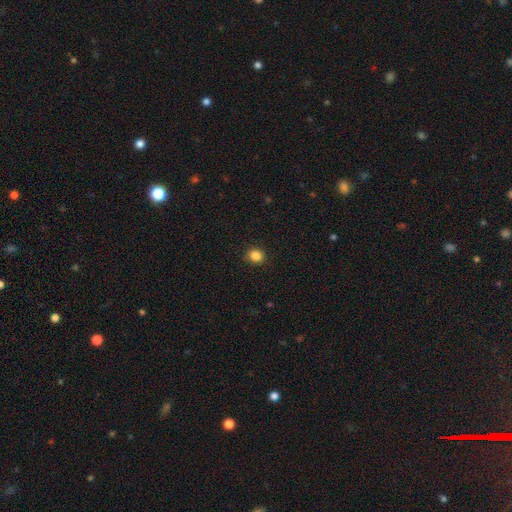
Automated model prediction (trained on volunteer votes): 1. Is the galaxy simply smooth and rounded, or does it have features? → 86% smooth, 11% star or artifact, 4% featured or disk.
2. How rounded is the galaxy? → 70% round, 29% in between, 1% cigar-shaped.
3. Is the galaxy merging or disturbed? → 90% none, 7% minor disturbance, 2% major disturbance, 1% merger.